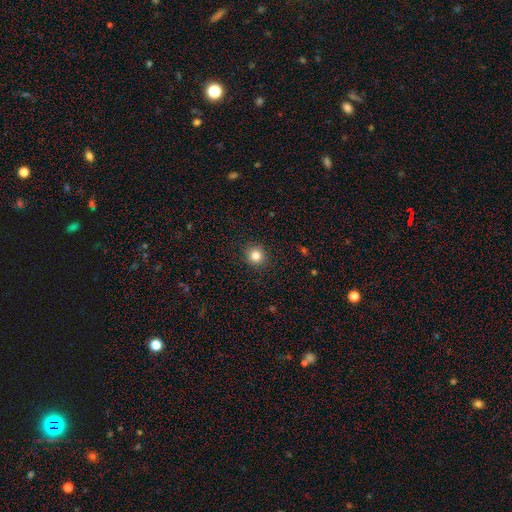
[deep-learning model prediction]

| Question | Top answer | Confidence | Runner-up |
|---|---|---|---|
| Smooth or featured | smooth | 84% | star or artifact (11%) |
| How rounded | round | 92% | in between (7%) |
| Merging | none | 91% | minor disturbance (6%) |